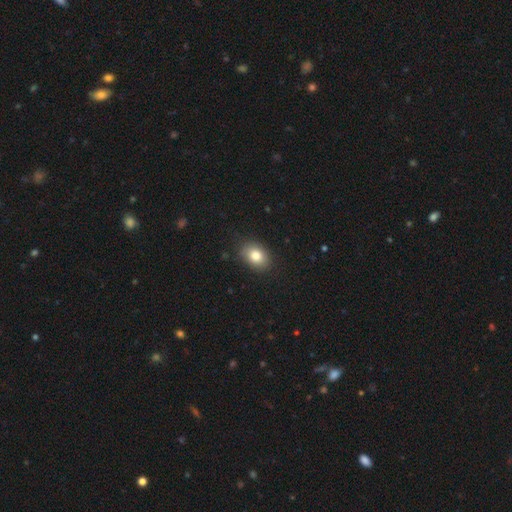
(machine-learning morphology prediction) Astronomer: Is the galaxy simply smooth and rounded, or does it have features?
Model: smooth — 82%.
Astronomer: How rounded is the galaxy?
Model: in between — 72%.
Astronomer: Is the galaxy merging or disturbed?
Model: none — 84%.